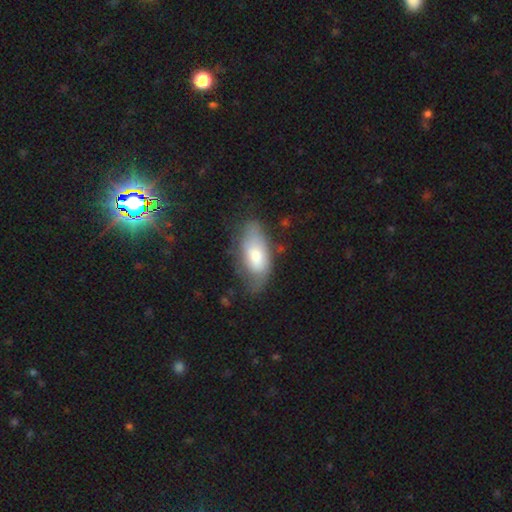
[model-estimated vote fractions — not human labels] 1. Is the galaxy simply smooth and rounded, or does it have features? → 63% smooth, 30% featured or disk, 7% star or artifact.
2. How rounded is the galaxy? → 88% in between, 9% cigar-shaped, 3% round.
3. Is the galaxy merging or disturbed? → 54% none, 31% minor disturbance, 13% major disturbance, 2% merger.